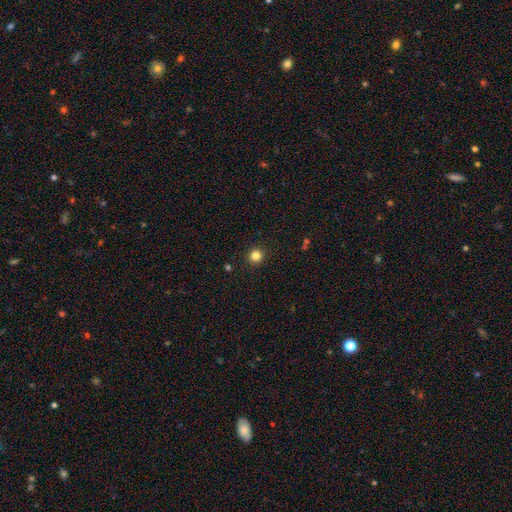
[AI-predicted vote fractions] The model was most divided on "smooth or featured": smooth: 83%, star or artifact: 13%, featured or disk: 4%. More confident: how rounded — round (94%); merging — none (93%).